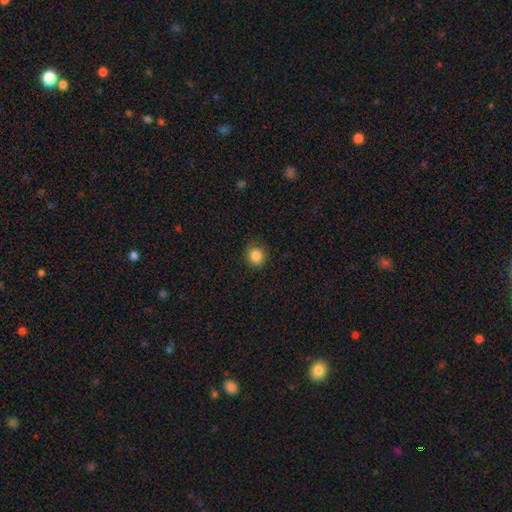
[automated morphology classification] A smooth galaxy with no disk features (86%) that is round (88%).

Vote fractions:
- Smooth or featured? smooth: 86% / star or artifact: 10% / featured or disk: 4%
- How rounded? round: 88% / in between: 11% / cigar-shaped: 1%
- Merging? none: 88% / minor disturbance: 9% / major disturbance: 2% / merger: 1%